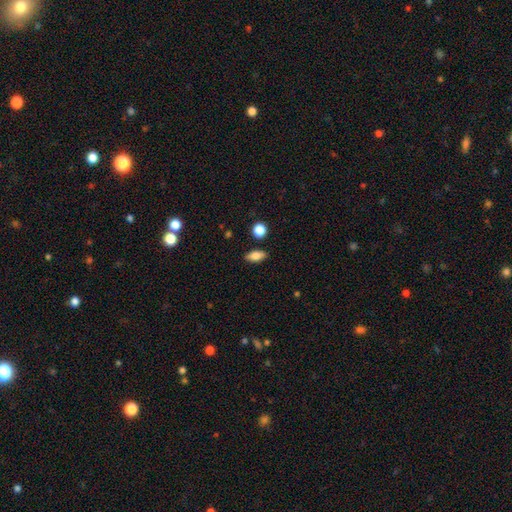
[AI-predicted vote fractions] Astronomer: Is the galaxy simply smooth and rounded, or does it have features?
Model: smooth — 80%.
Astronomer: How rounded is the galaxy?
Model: in between — 84%.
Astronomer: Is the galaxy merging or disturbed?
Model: none — 86%.